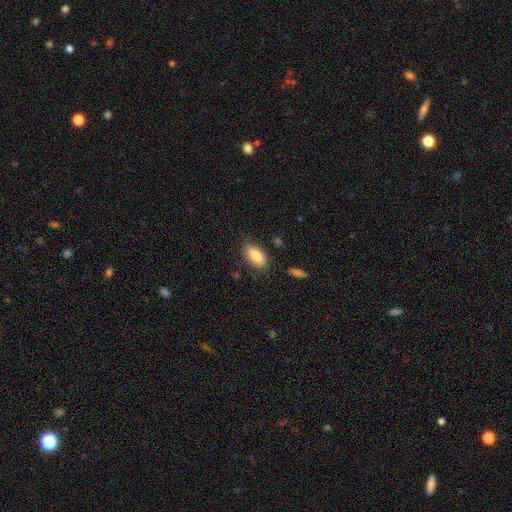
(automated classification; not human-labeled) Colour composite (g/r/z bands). It shows a smooth galaxy with no disk features (82%) that is in between round and cigar-shaped (89%). Merging: none (82%).